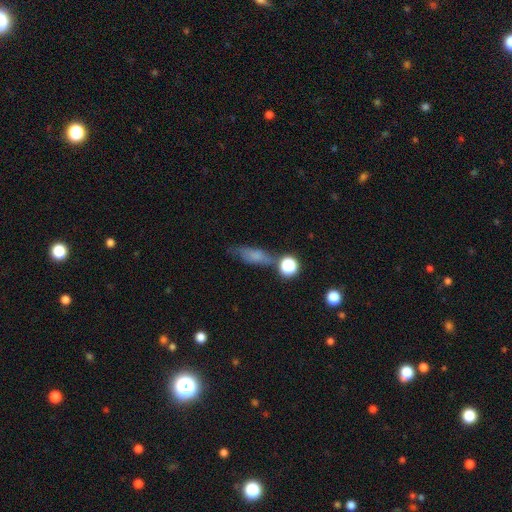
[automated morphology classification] smooth_or_featured: smooth (p=0.64) [alt: featured or disk p=0.22]
how_rounded: in between (p=0.51) [alt: cigar-shaped p=0.38]
merging: none (p=0.51) [alt: minor disturbance p=0.24]